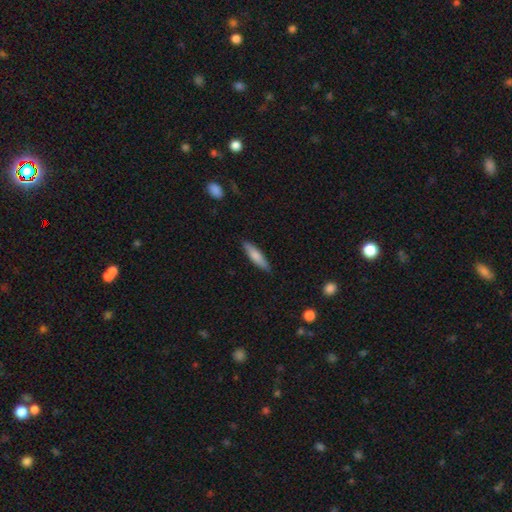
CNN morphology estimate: Smooth or featured?
  - smooth: 76% *
  - featured or disk: 19%
  - star or artifact: 6%
How rounded?
  - cigar-shaped: 76% *
  - in between: 22%
  - round: 2%
Merging?
  - none: 87% *
  - minor disturbance: 10%
  - major disturbance: 2%
  - merger: 1%